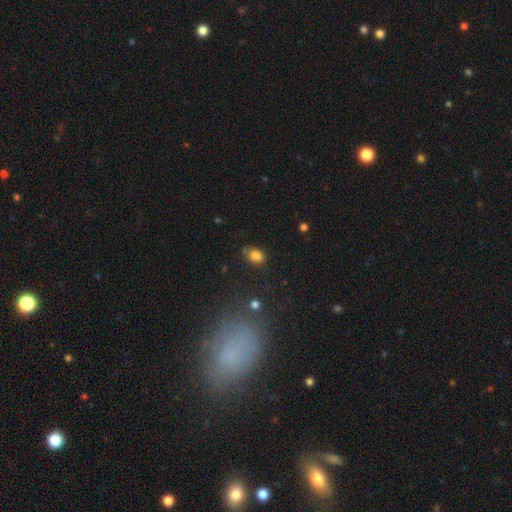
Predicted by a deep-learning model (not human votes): Morphology: type=smooth (82%); roundness=in between (57%); merging=none (69%).